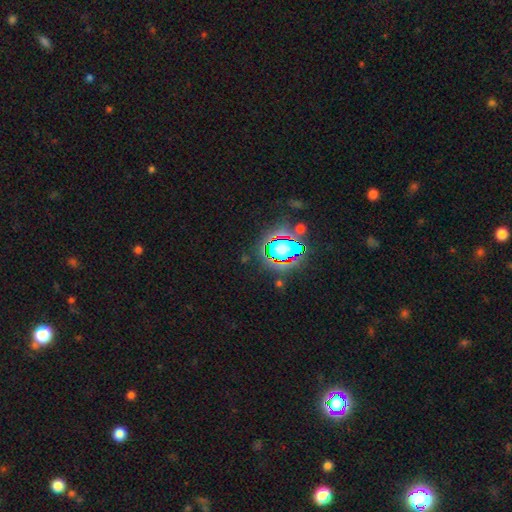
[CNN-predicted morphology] type=star or artifact (81%).